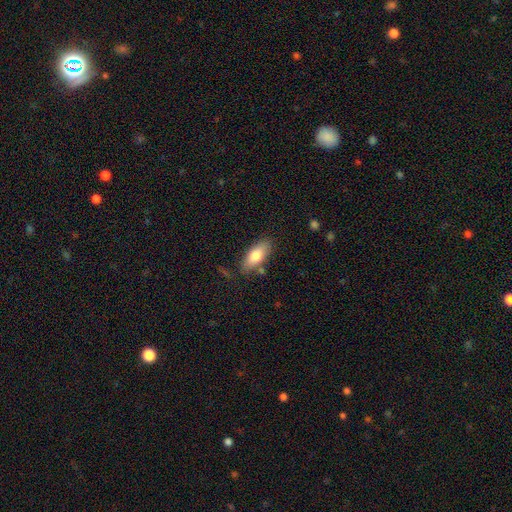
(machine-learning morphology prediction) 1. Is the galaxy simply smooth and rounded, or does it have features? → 77% smooth, 16% featured or disk, 6% star or artifact.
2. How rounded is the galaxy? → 81% in between, 16% cigar-shaped, 3% round.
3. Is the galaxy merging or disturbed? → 79% none, 14% minor disturbance, 4% merger, 3% major disturbance.